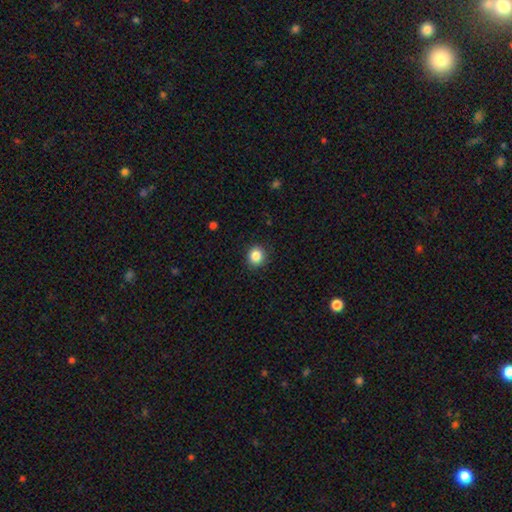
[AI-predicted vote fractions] Morphology: type=smooth (86%); roundness=round (85%); merging=none (90%).